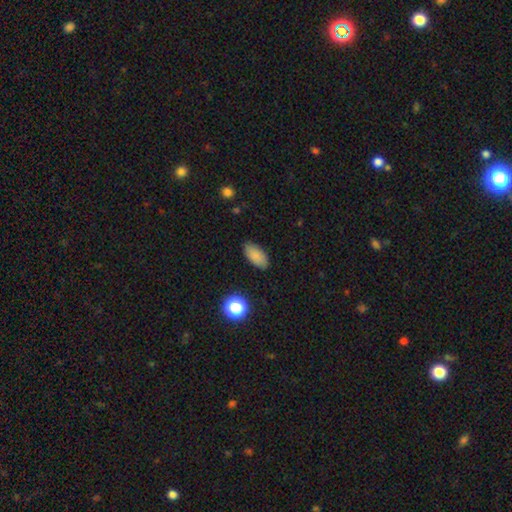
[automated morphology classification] Q: Smooth or featured?
A: smooth (84%); runner-up: star or artifact (10%)
Q: How rounded?
A: in between (91%); runner-up: cigar-shaped (5%)
Q: Merging?
A: none (85%); runner-up: minor disturbance (12%)